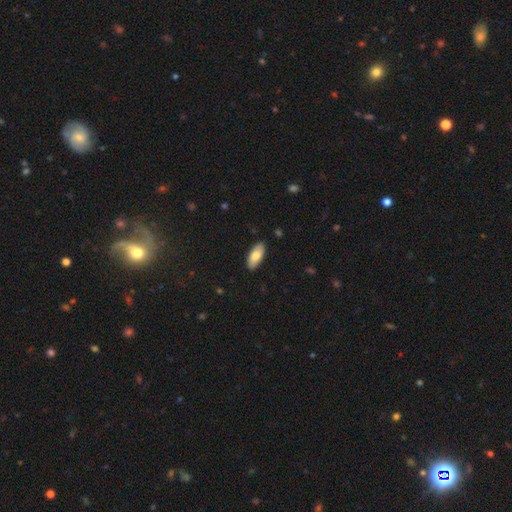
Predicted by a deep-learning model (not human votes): This appears to be a smooth galaxy with no disk features (79%) that is in between round and cigar-shaped (88%). Merging: none (89%).